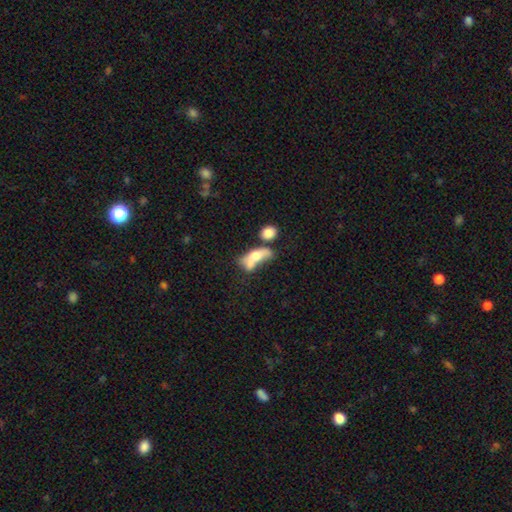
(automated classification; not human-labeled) Smooth or featured: smooth — 51% (featured or disk — 37%)
How rounded: in between — 65% (cigar-shaped — 22%)
Merging: merger — 49% (none — 21%)